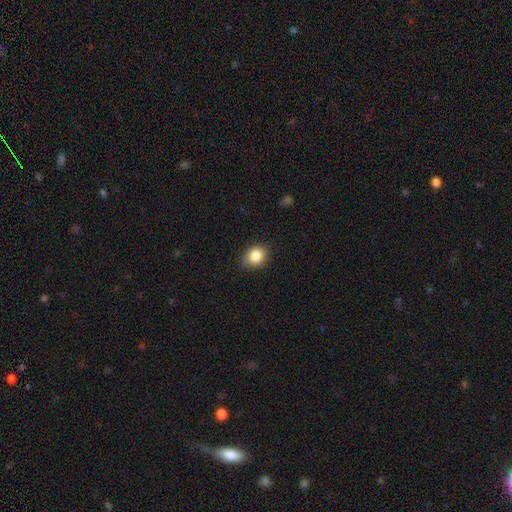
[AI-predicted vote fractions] This appears to be a smooth galaxy with no disk features (84%) that is round (51%). Merging: none (81%).